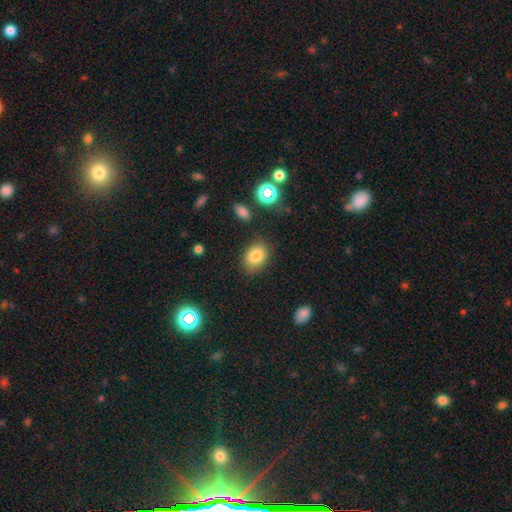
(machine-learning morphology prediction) This appears to be a smooth galaxy with no disk features (81%) that is in between round and cigar-shaped (72%). Merging: none (80%).